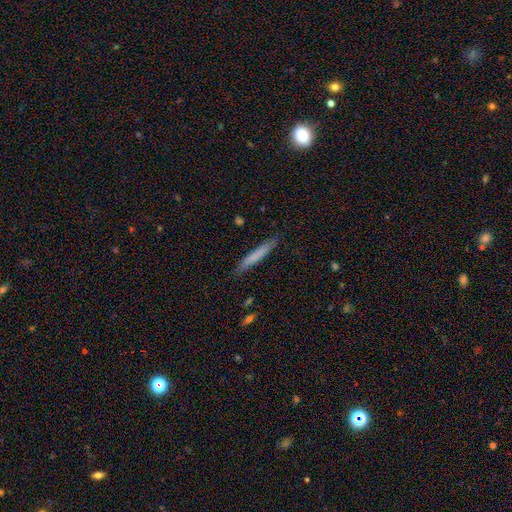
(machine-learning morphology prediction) The model was most divided on "smooth or featured": smooth: 72%, featured or disk: 22%, star or artifact: 6%. More confident: how rounded — cigar-shaped (95%); merging — none (86%).